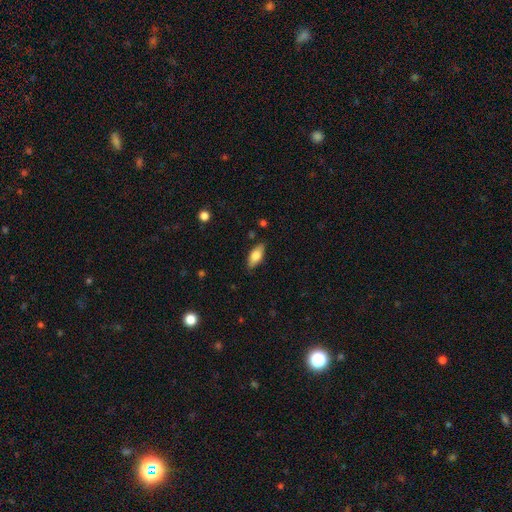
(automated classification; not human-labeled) This appears to be a smooth galaxy with no disk features (74%) that is in between round and cigar-shaped (80%). Merging: none (85%).